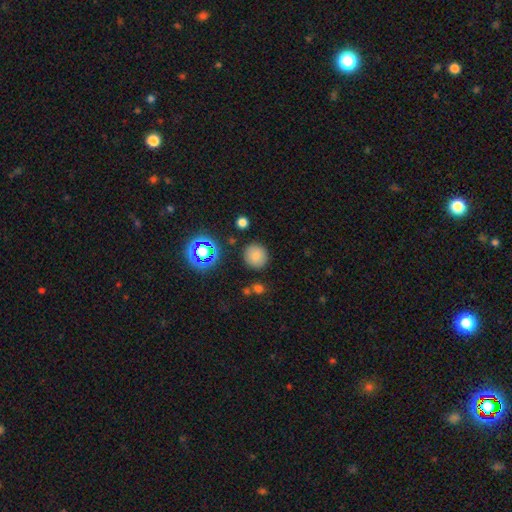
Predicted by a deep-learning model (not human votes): Overall: smooth (76%). How rounded: round (91%). Merging: none (86%).